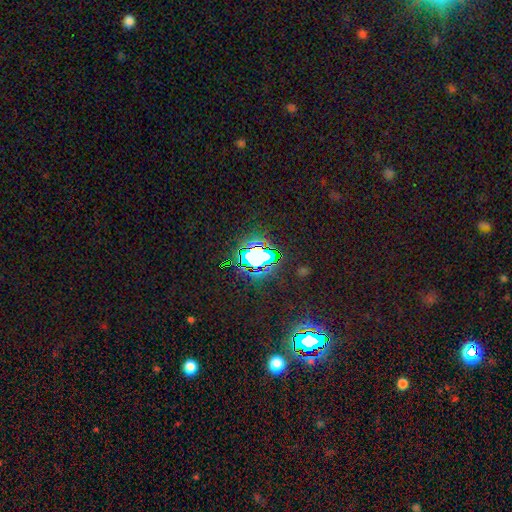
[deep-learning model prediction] Overall: star or artifact (67%).